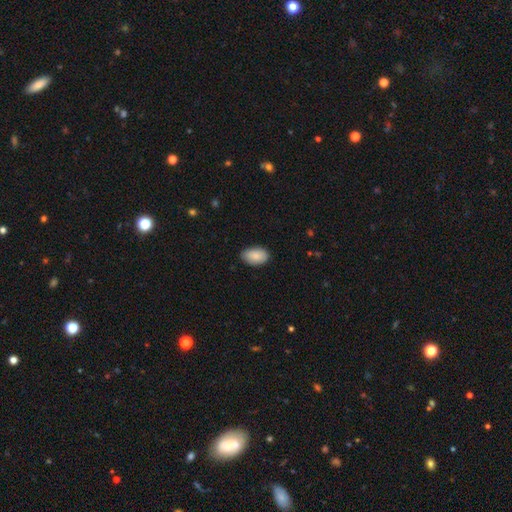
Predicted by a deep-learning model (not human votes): Morphology: type=smooth (87%); roundness=in between (93%); merging=none (84%).